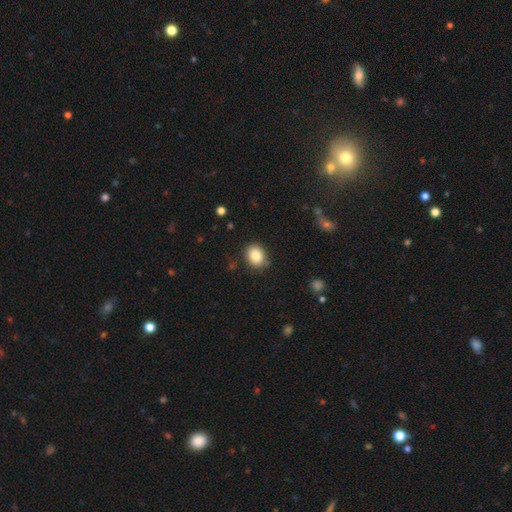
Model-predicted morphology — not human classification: smooth_or_featured: smooth (p=0.86) [alt: star or artifact p=0.09]
how_rounded: round (p=0.57) [alt: in between p=0.42]
merging: none (p=0.83) [alt: minor disturbance p=0.13]